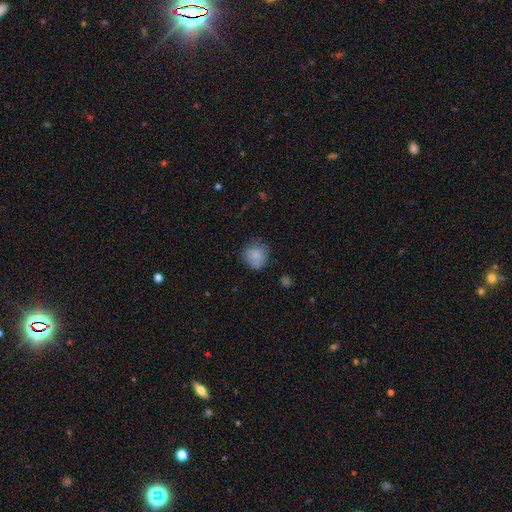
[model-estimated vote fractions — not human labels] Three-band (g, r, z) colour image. It shows a smooth galaxy with no disk features (83%) that is round (86%). Merging: none (72%).